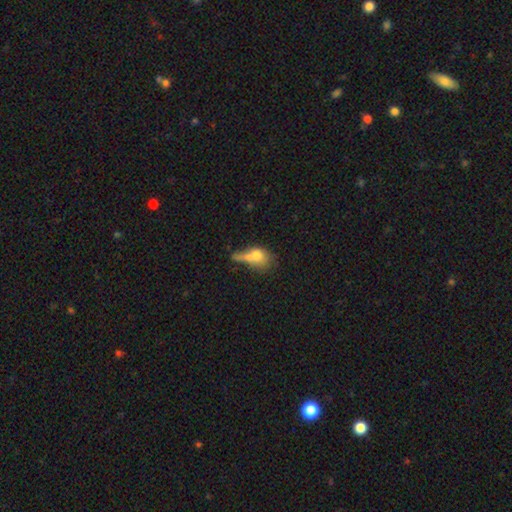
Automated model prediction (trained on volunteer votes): smooth-or-featured: smooth: 66% | featured or disk: 23% | star or artifact: 10%
  how-rounded: in between: 56% | round: 36% | cigar-shaped: 8%
  merging: merger: 47% | major disturbance: 21% | none: 19% | minor disturbance: 14%